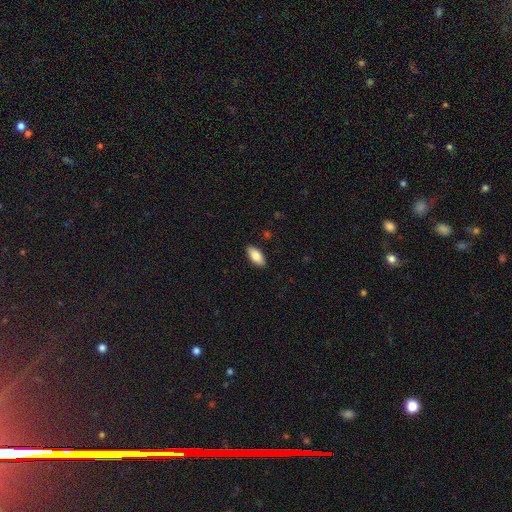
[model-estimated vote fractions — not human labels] Overall: smooth (82%). How rounded: in between (89%). Merging: none (89%).